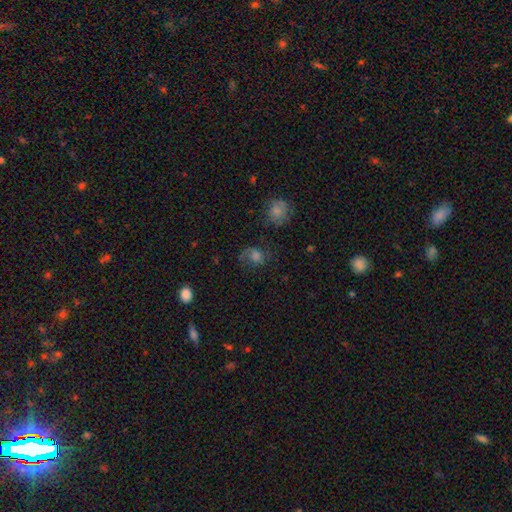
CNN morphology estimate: Smooth or featured: smooth — 46% (featured or disk — 37%)
Merging: none — 56% (minor disturbance — 21%)